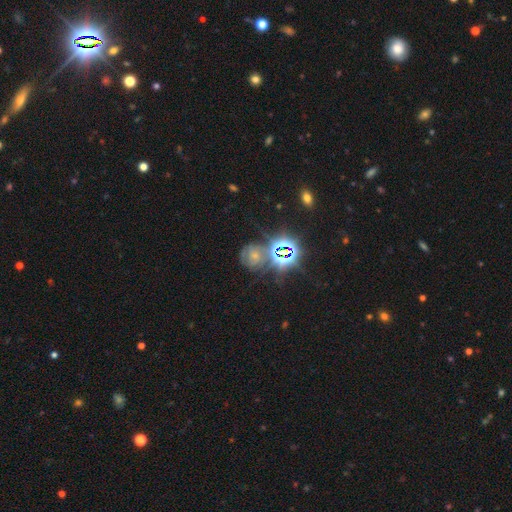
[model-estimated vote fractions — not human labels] Smooth or featured? star or artifact (45%)